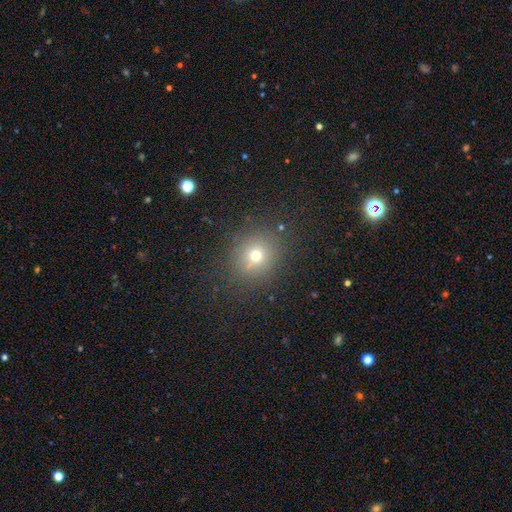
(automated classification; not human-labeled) smooth_or_featured: smooth (p=0.70) [alt: star or artifact p=0.19]
how_rounded: round (p=0.81) [alt: in between p=0.18]
merging: none (p=0.84) [alt: minor disturbance p=0.10]